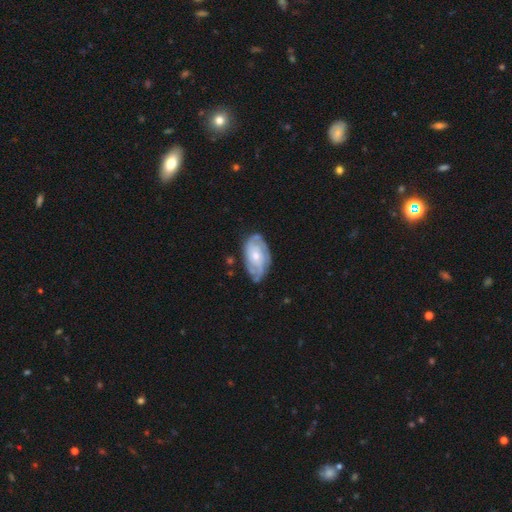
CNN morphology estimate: This appears to be a featured or disk galaxy (78%) with no bar (73%), tight (60%) spiral arms (90%) and a moderate central bulge (52%). Merging: none (69%).